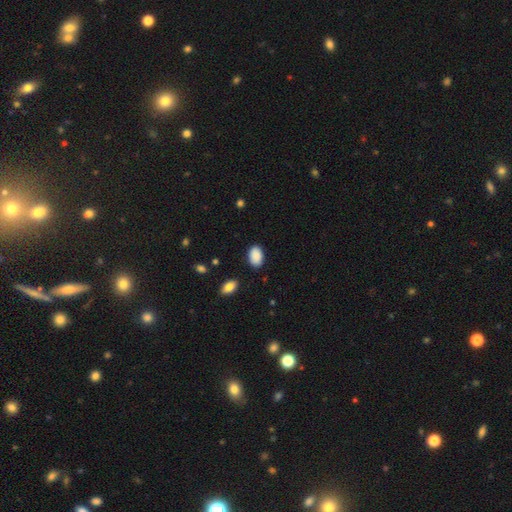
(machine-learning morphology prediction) Smooth or featured: smooth — 90% (star or artifact — 7%)
How rounded: in between — 91% (round — 8%)
Merging: none — 85% (minor disturbance — 11%)